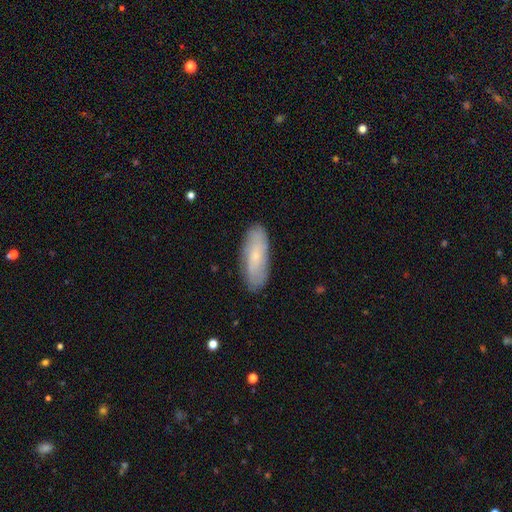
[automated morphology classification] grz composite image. It shows a smooth galaxy with no disk features (55%) that is in between round and cigar-shaped (69%). Merging: none (85%).